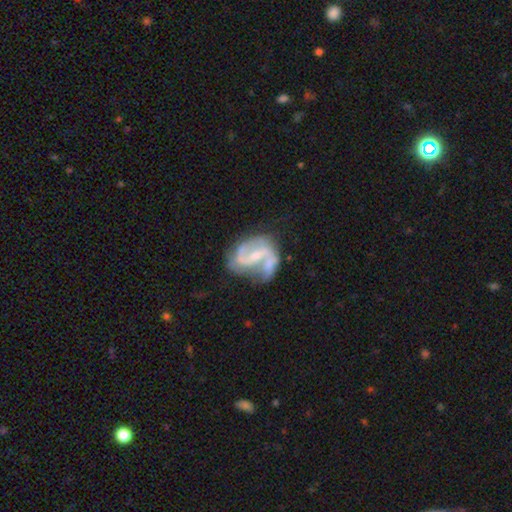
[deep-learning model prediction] This appears to be a featured or disk galaxy (85%) with a strong bar (43%), 2 (83%) medium (47%) spiral arms (92%) and a small central bulge (60%). Merging: none (50%).